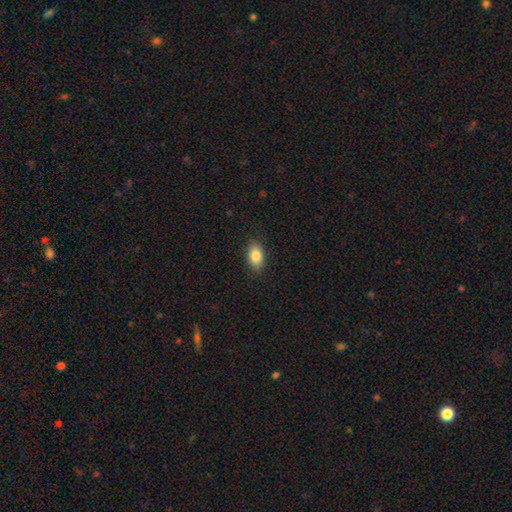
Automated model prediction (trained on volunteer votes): smooth_or_featured: smooth (p=0.85) [alt: star or artifact p=0.08]
how_rounded: in between (p=0.89) [alt: round p=0.10]
merging: none (p=0.87) [alt: minor disturbance p=0.10]